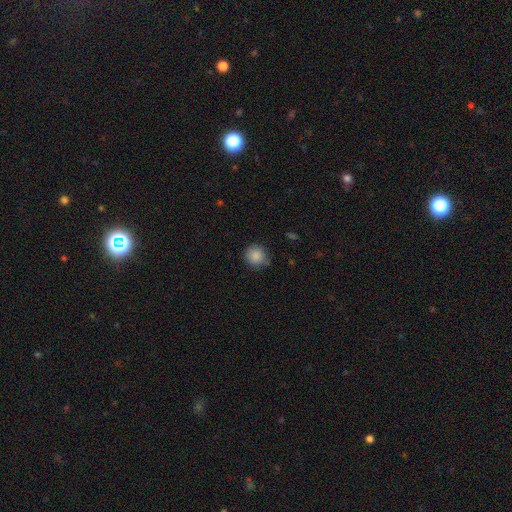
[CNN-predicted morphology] smooth_or_featured: smooth (p=0.87) [alt: star or artifact p=0.09]
how_rounded: round (p=0.93) [alt: in between p=0.06]
merging: none (p=0.82) [alt: minor disturbance p=0.13]